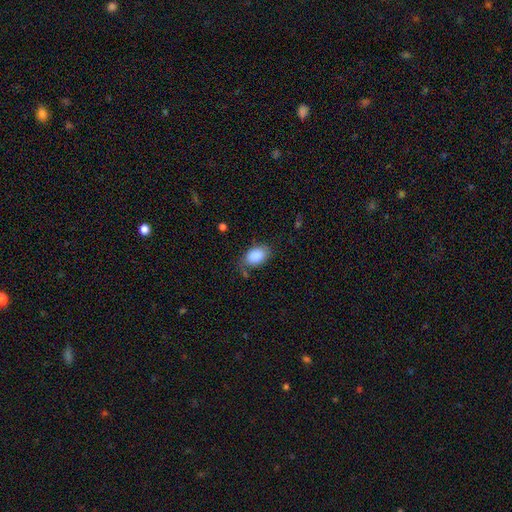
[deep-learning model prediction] The model was most divided on "merging": none: 70%, minor disturbance: 21%, major disturbance: 6%, merger: 3%. More confident: how rounded — in between (90%); smooth or featured — smooth (88%).